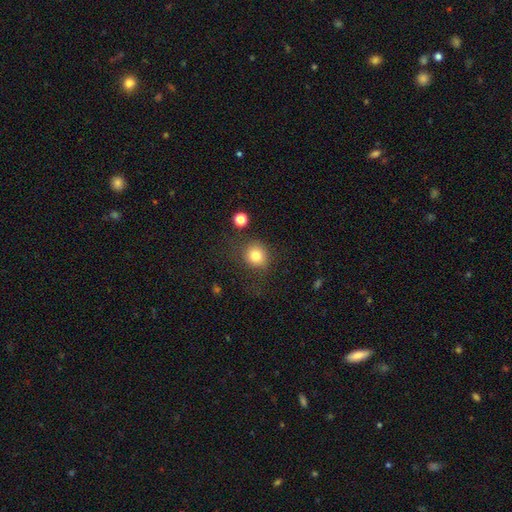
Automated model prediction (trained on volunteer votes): smooth-or-featured: smooth: 80% | star or artifact: 12% | featured or disk: 8%
  how-rounded: round: 85% | in between: 14% | cigar-shaped: 1%
  merging: none: 73% | minor disturbance: 15% | major disturbance: 8% | merger: 4%